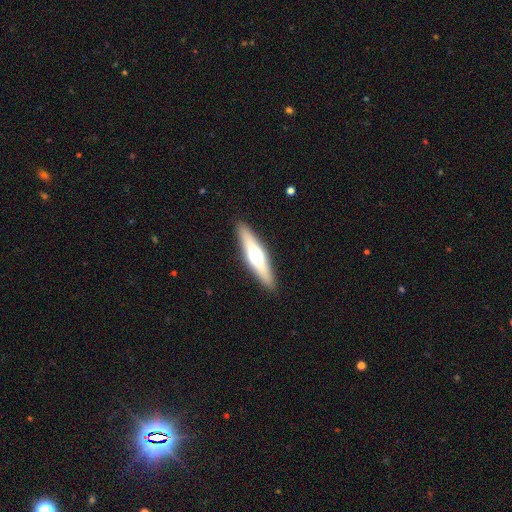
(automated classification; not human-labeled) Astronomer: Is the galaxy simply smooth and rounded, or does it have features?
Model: featured or disk — 51% (runner-up: smooth, 43%).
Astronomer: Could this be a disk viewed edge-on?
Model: yes — 92%.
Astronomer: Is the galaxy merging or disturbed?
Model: none — 90%.